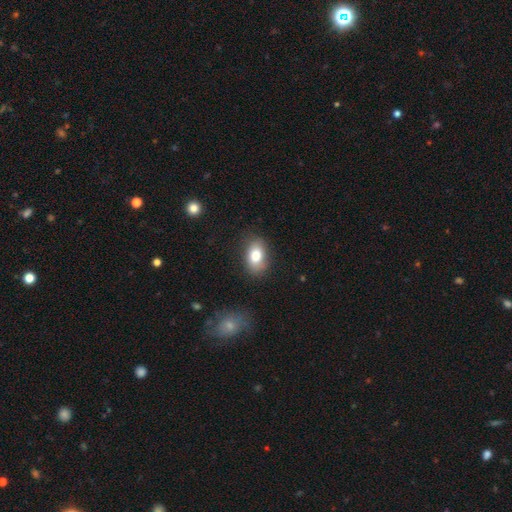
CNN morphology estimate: Smooth or featured? smooth (80%)
How rounded? in between (85%)
Merging? none (81%)